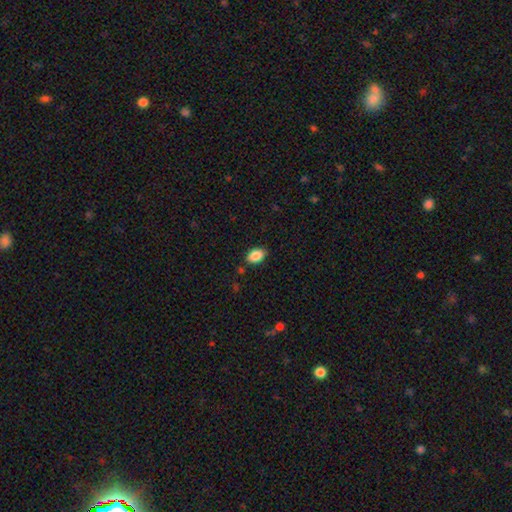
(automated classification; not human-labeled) Smooth or featured: smooth — 87% (star or artifact — 8%)
How rounded: in between — 88% (round — 10%)
Merging: none — 85% (minor disturbance — 11%)